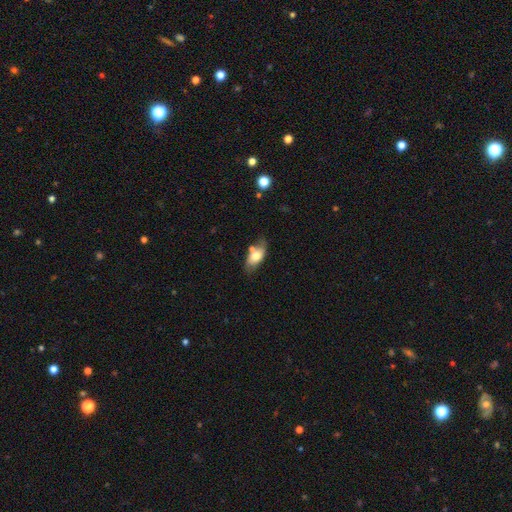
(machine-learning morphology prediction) A smooth galaxy with no disk features (67%) that is in between round and cigar-shaped (87%).

Vote fractions:
- Smooth or featured? smooth: 67% / featured or disk: 26% / star or artifact: 7%
- How rounded? in between: 87% / cigar-shaped: 9% / round: 4%
- Merging? none: 60% / minor disturbance: 20% / merger: 14% / major disturbance: 5%